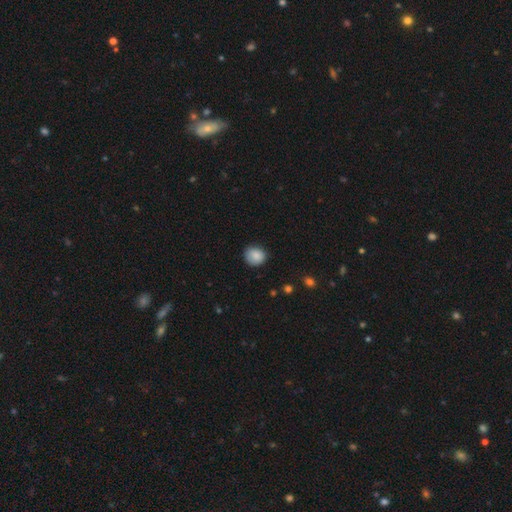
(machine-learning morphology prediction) This appears to be a smooth galaxy with no disk features (87%) that is round (79%). Merging: none (81%).